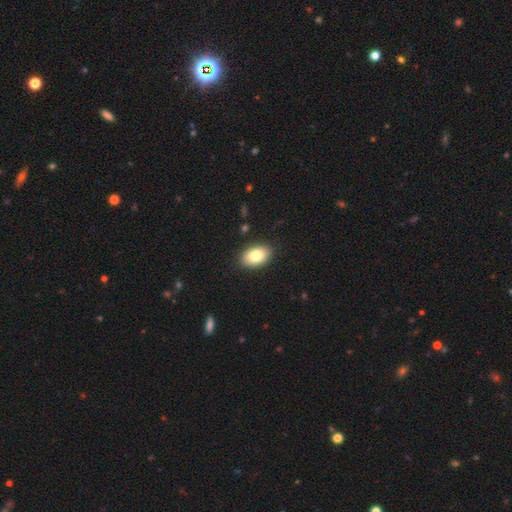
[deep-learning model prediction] The model was most divided on "smooth or featured": smooth: 82%, featured or disk: 11%, star or artifact: 7%. More confident: how rounded — in between (91%); merging — none (89%).